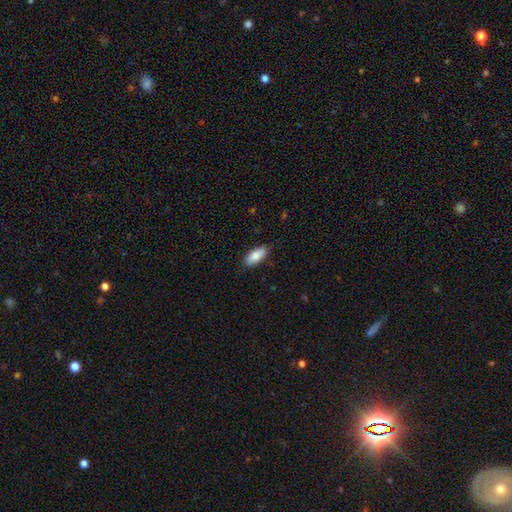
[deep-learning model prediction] This is clearly a smooth galaxy (85%). How rounded: clearly in between (85%). Merging: clearly none (86%).